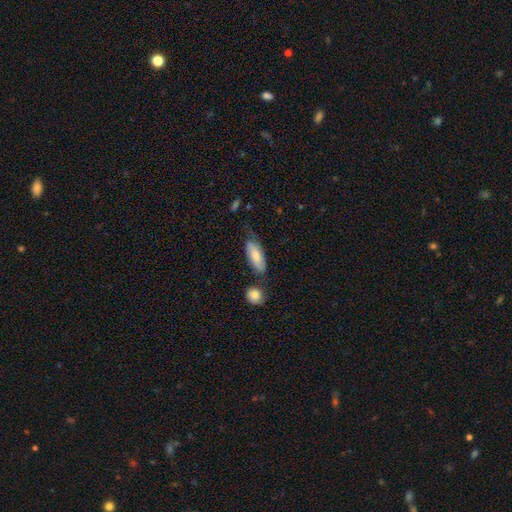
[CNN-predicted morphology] This appears to be a smooth galaxy with no disk features (74%) that is in between round and cigar-shaped (78%). Merging: none (64%).